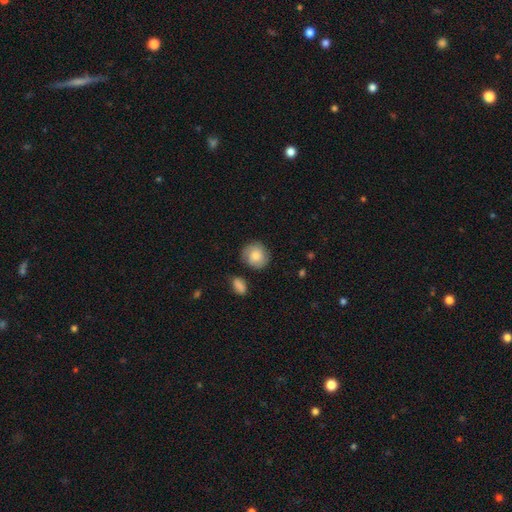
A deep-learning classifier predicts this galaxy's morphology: smooth 61%, featured or disk 31%, star or artifact 8%. Down the decision tree: how rounded — round (85%); merging — none (74%).